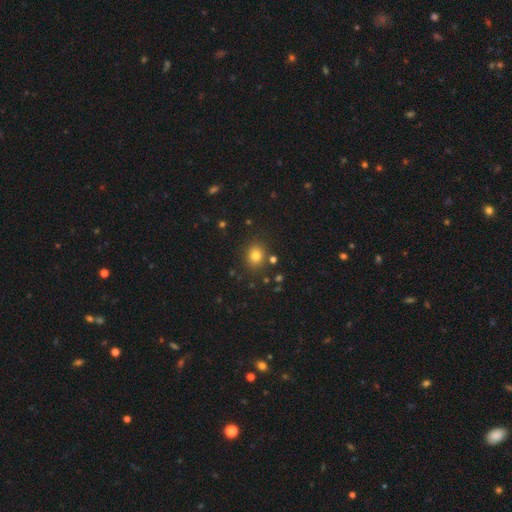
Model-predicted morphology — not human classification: A smooth galaxy with no disk features (79%) that is round (69%). Merging: none (83%).